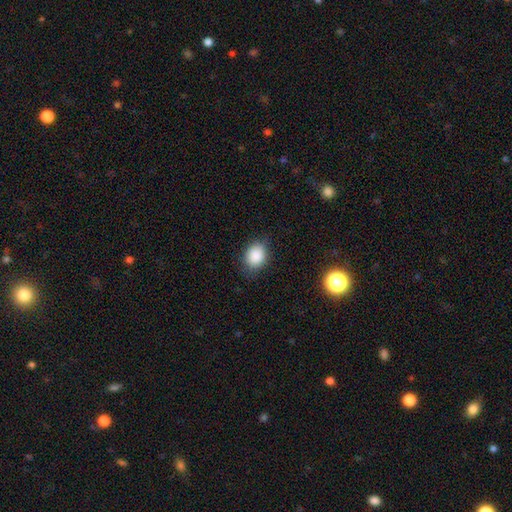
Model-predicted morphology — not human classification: This appears to be a smooth galaxy with no disk features (88%) that is in between round and cigar-shaped (56%). Merging: none (80%).